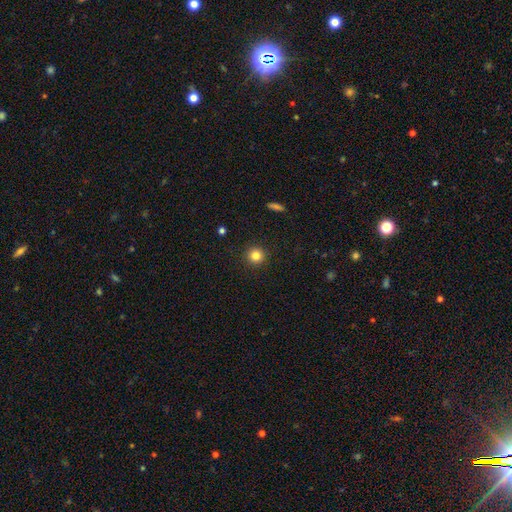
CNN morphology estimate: type=smooth (82%); roundness=round (95%); merging=none (92%).